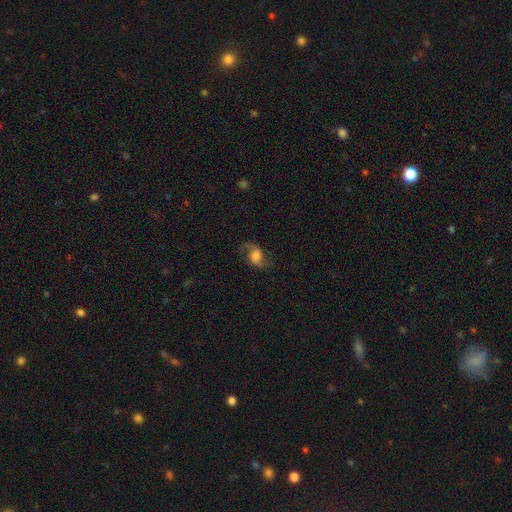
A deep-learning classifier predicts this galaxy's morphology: Smooth or featured? featured or disk (68%)
Edge-on disk? no (96%)
Bar? no (50%)
Spiral arms? yes (94%)
Spiral winding? loose (70%)
Spiral arm count? 2 (90%)
Bulge size? large (34%)
Merging? none (71%)